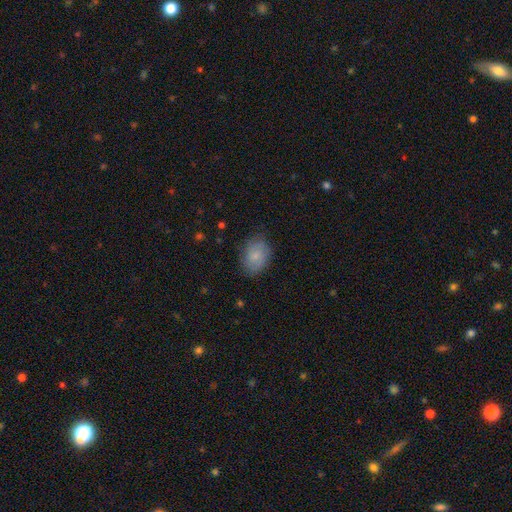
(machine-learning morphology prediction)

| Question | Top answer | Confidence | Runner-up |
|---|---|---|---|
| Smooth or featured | smooth | 80% | featured or disk (13%) |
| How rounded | in between | 75% | round (24%) |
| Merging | none | 79% | minor disturbance (16%) |